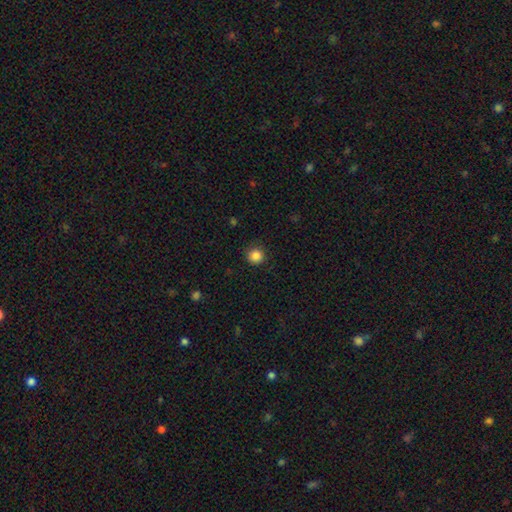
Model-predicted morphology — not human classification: A smooth galaxy with no disk features (86%) that is round (95%).

Vote fractions:
- Smooth or featured? smooth: 86% / star or artifact: 11% / featured or disk: 4%
- How rounded? round: 95% / in between: 4% / cigar-shaped: 1%
- Merging? none: 89% / minor disturbance: 8% / major disturbance: 2% / merger: 1%